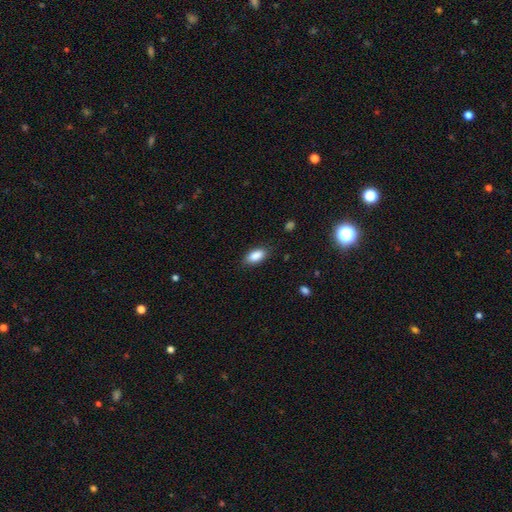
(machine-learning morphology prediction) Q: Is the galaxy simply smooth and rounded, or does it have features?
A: smooth — 87%.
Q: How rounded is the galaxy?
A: in between — 90%.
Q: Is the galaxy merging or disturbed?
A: none — 83%.